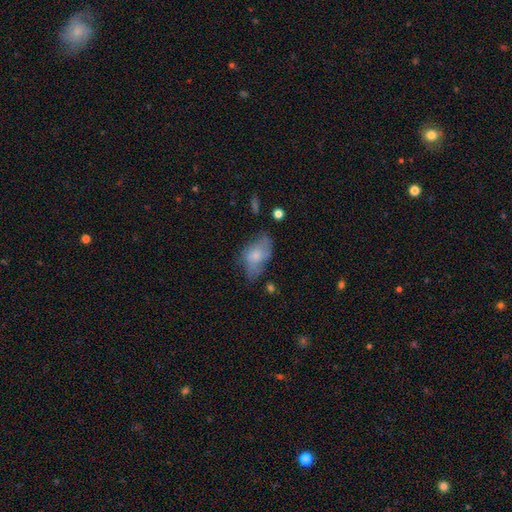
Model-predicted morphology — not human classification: smooth-or-featured: smooth: 61% | featured or disk: 31% | star or artifact: 8%
  how-rounded: in between: 90% | round: 7% | cigar-shaped: 3%
  merging: none: 45% | minor disturbance: 33% | major disturbance: 18% | merger: 3%